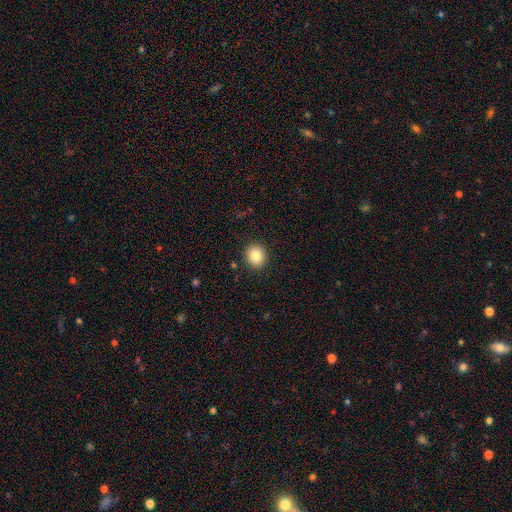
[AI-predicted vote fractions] Q: Smooth or featured?
A: smooth (83%); runner-up: star or artifact (10%)
Q: How rounded?
A: round (80%); runner-up: in between (19%)
Q: Merging?
A: none (91%); runner-up: minor disturbance (6%)